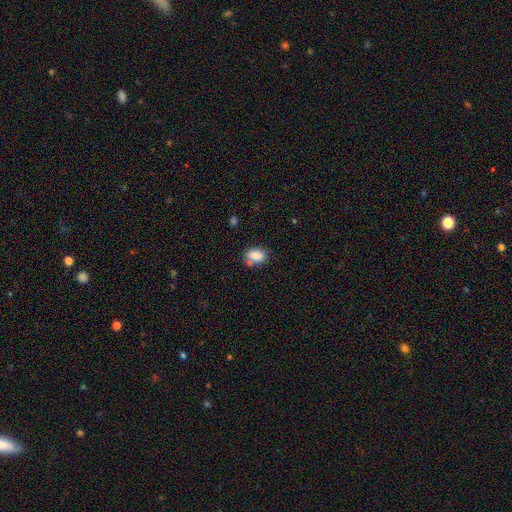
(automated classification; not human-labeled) smooth_or_featured: smooth (p=0.85) [alt: star or artifact p=0.08]
how_rounded: in between (p=0.80) [alt: round p=0.18]
merging: none (p=0.65) [alt: minor disturbance p=0.20]